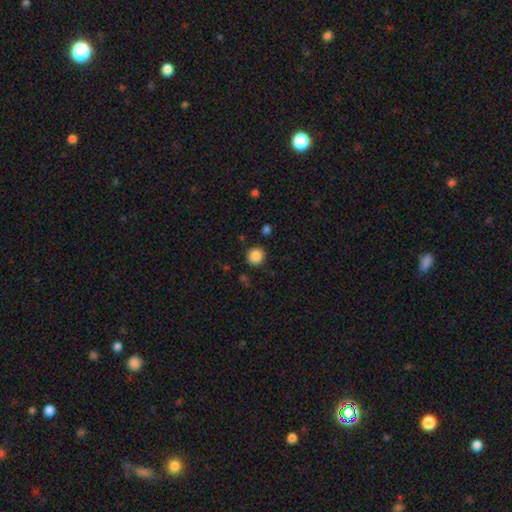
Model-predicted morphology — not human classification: smooth 87%, star or artifact 10%, featured or disk 3%. Down the decision tree: how rounded — round (91%); merging — none (88%).